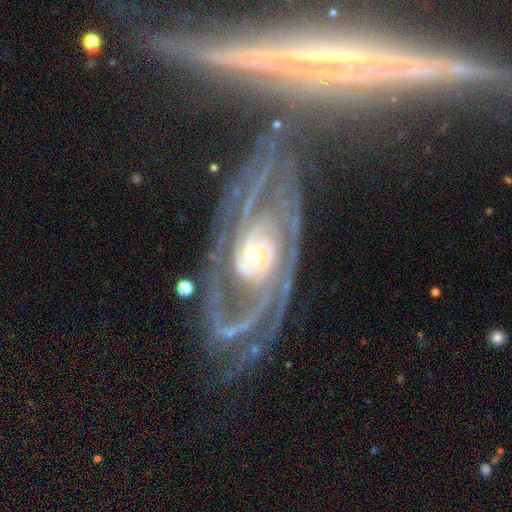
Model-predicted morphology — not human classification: featured or disk 92%, star or artifact 5%, smooth 3%. Down the decision tree: edge-on disk — no (96%); bar — no (64%); spiral arms — yes (98%); spiral arm count — 2 (45%); spiral winding — tight (57%); bulge size — small (59%); merging — none (65%).